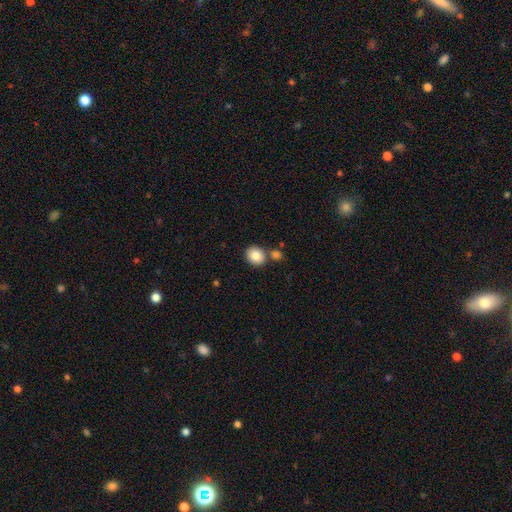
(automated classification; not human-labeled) This is clearly a smooth galaxy (84%). How rounded: likely round (70%). Merging: likely none (67%).